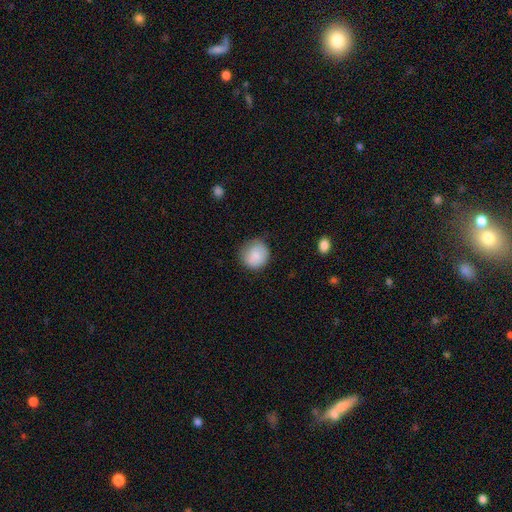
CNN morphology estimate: Q: Smooth or featured?
A: smooth (85%); runner-up: featured or disk (7%)
Q: How rounded?
A: round (87%); runner-up: in between (12%)
Q: Merging?
A: none (75%); runner-up: minor disturbance (20%)